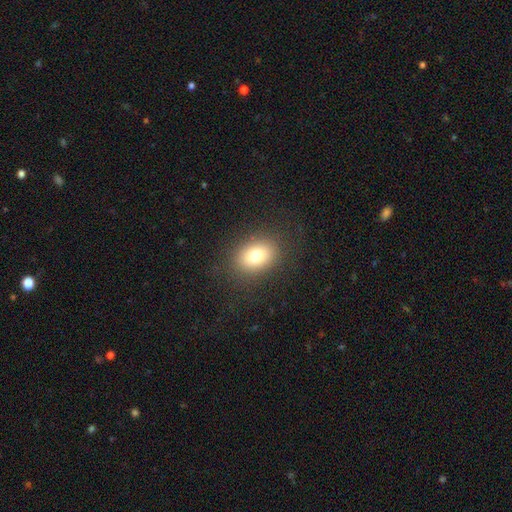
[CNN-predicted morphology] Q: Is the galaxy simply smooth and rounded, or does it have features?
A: smooth — 77%.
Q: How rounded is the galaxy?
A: in between — 63%.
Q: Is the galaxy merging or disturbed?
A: none — 85%.